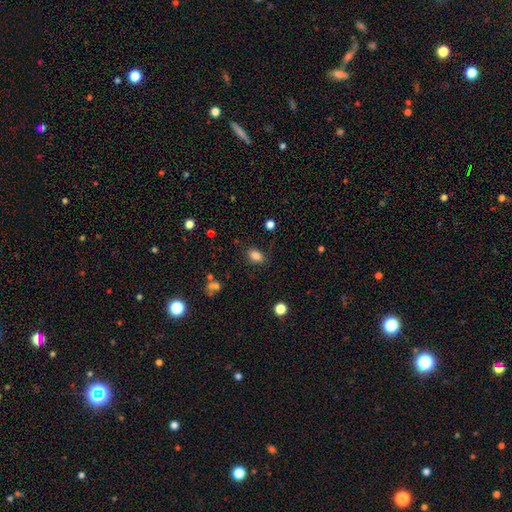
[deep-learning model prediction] This is clearly a smooth galaxy (84%). How rounded: likely in between (80%). Merging: clearly none (80%).